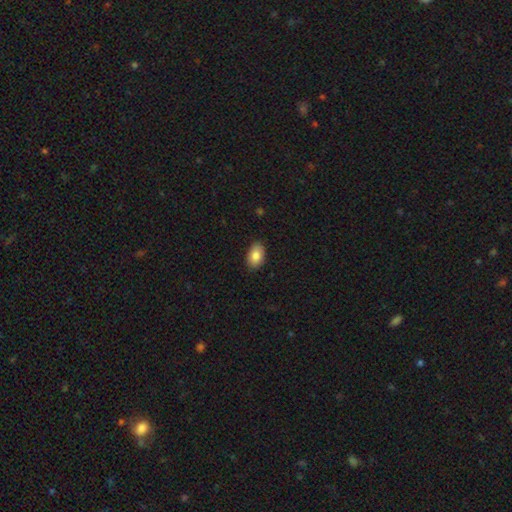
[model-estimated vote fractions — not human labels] A smooth galaxy with no disk features (84%) that is in between round and cigar-shaped (91%). Merging: none (88%).